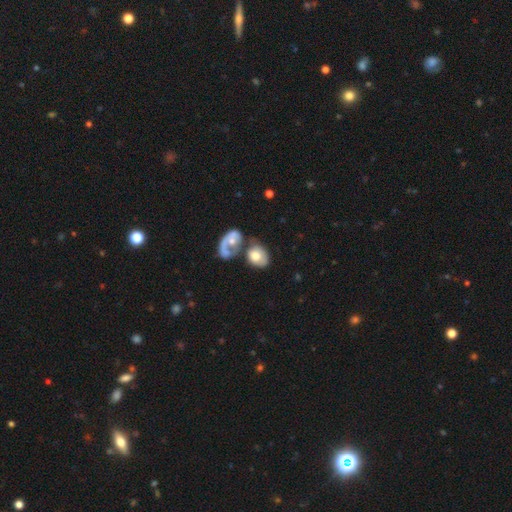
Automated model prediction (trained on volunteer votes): Smooth or featured? Predicted: smooth (p=0.63). How rounded? Predicted: in between (p=0.65). Merging? Predicted: merger (p=0.47).